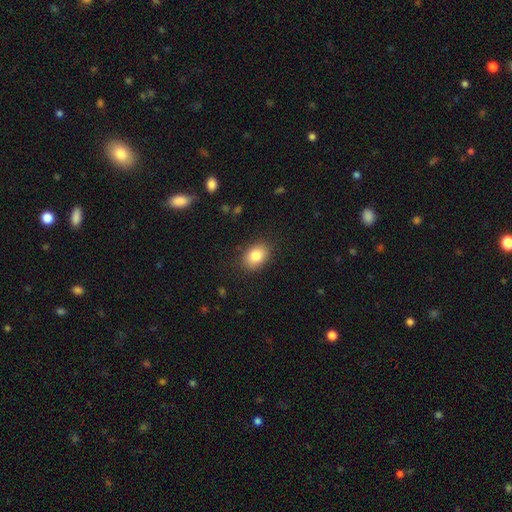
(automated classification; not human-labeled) This appears to be a smooth galaxy with no disk features (84%) that is in between round and cigar-shaped (73%). Merging: none (86%).